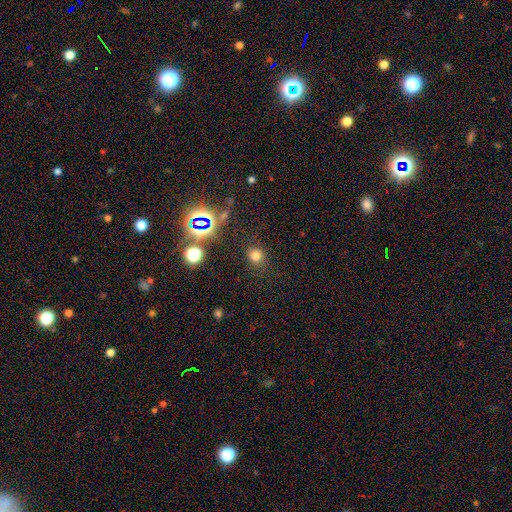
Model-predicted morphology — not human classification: A smooth galaxy with no disk features (69%) that is round (78%). Merging: none (82%).